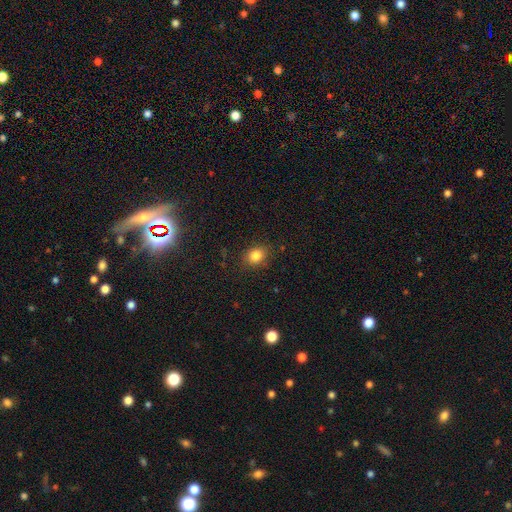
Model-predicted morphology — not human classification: A smooth galaxy with no disk features (83%) that is in between round and cigar-shaped (50%). Merging: none (85%).